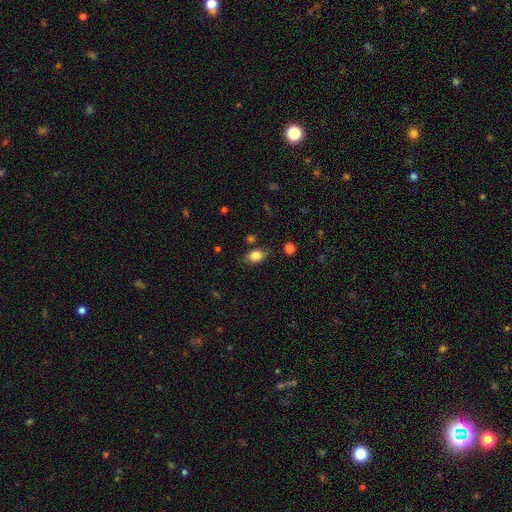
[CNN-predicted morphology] smooth 83%, star or artifact 9%, featured or disk 8%. Down the decision tree: how rounded — in between (82%); merging — none (76%).